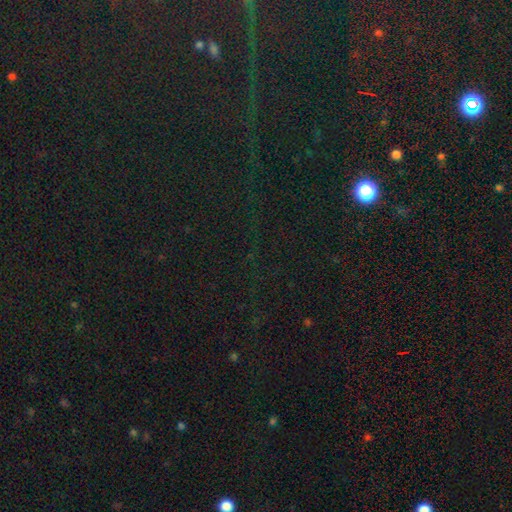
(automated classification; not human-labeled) star or artifact 82%, smooth 11%, featured or disk 7%.